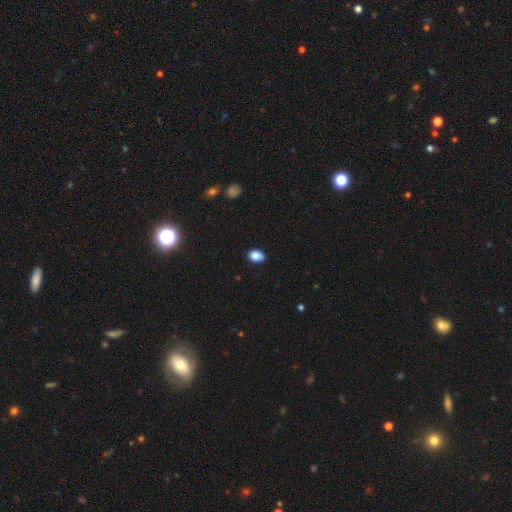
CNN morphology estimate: type=smooth (86%); roundness=in between (70%); merging=none (80%).